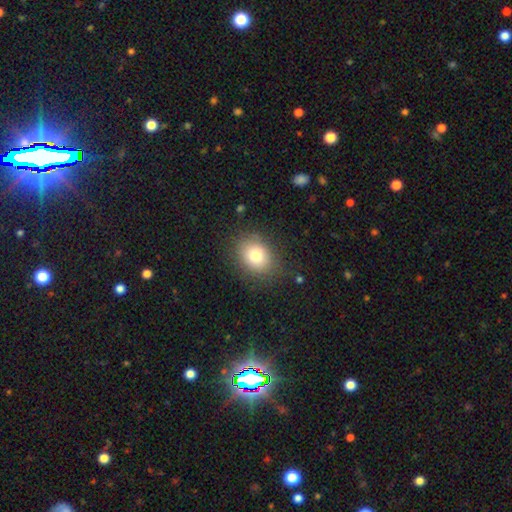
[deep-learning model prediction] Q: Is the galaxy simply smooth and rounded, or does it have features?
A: smooth — 77%.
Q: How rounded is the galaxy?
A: round — 51%.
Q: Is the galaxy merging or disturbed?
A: none — 79%.